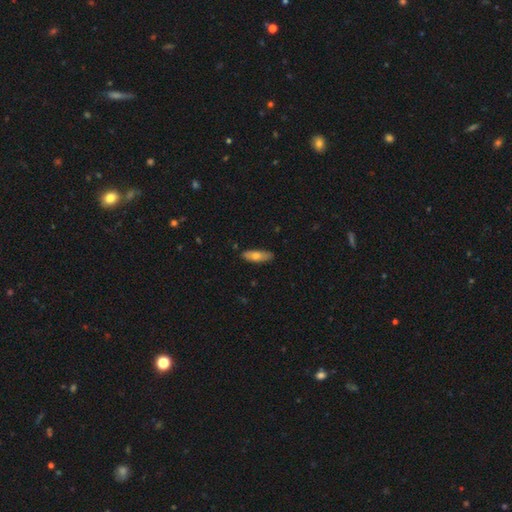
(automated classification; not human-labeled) Morphology: type=smooth (68%); roundness=in between (57%); merging=none (85%).